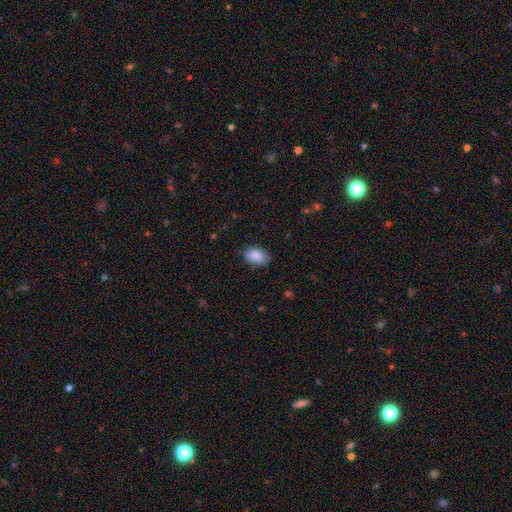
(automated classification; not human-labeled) This appears to be a smooth galaxy with no disk features (89%) that is in between round and cigar-shaped (86%). Merging: none (82%).